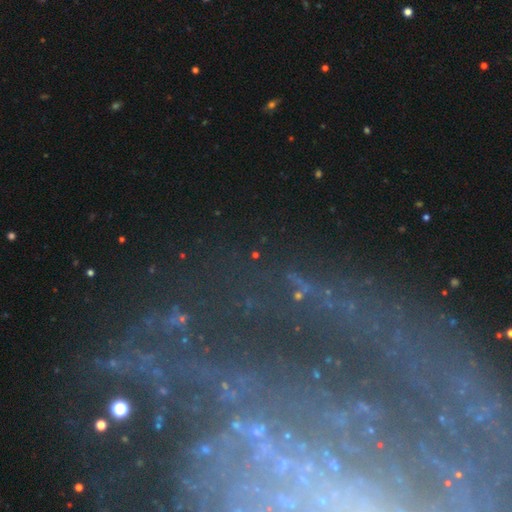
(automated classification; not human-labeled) Smooth or featured?
  - star or artifact: 65% *
  - featured or disk: 18%
  - smooth: 17%